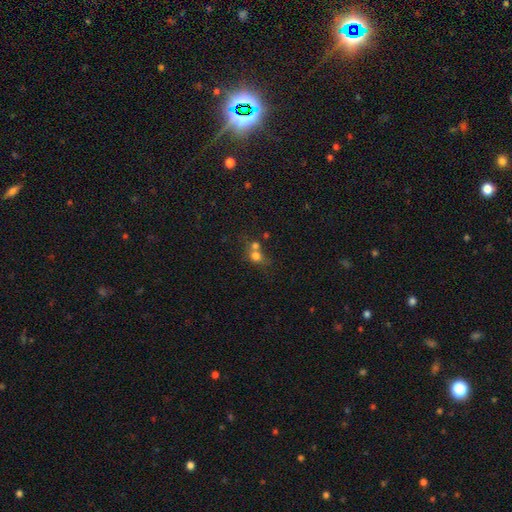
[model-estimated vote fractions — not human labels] Smooth or featured: smooth — 71% (featured or disk — 14%)
How rounded: round — 76% (in between — 22%)
Merging: merger — 54% (none — 33%)